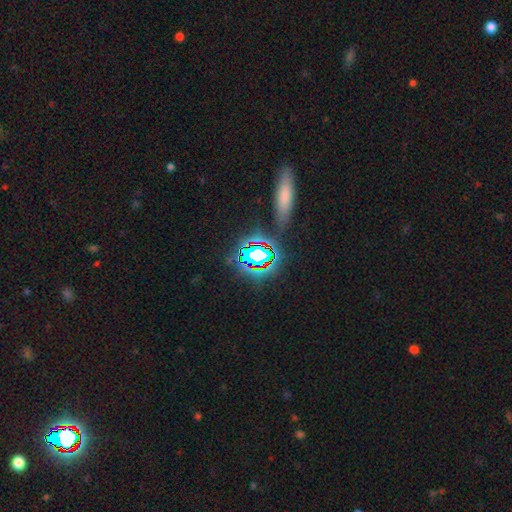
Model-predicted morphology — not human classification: Q: Smooth or featured?
A: star or artifact (67%); runner-up: smooth (21%)